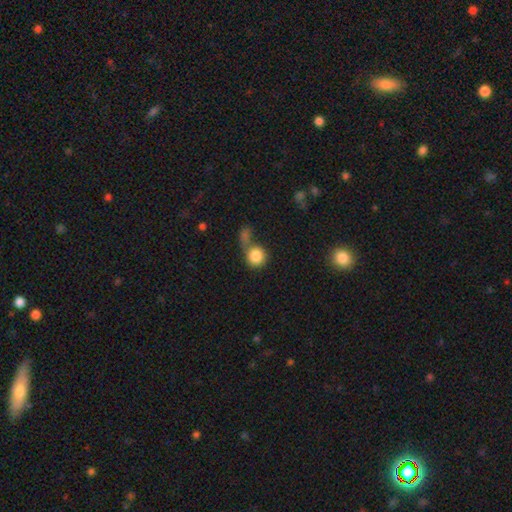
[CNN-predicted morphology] Smooth or featured? smooth (84%)
How rounded? round (87%)
Merging? none (39%)